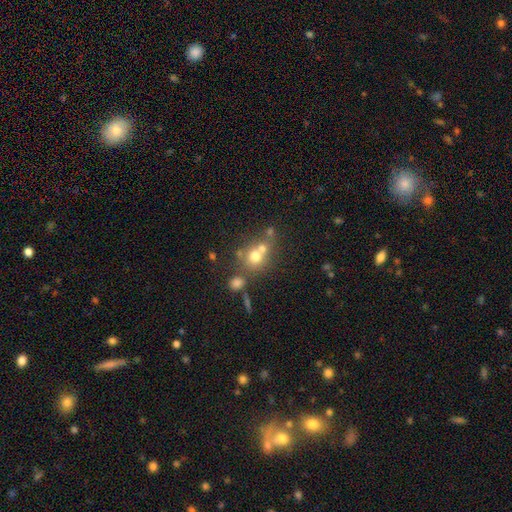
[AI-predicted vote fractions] smooth 64%, featured or disk 20%, star or artifact 17%. Down the decision tree: how rounded — round (80%); merging — merger (43%, tied with none).